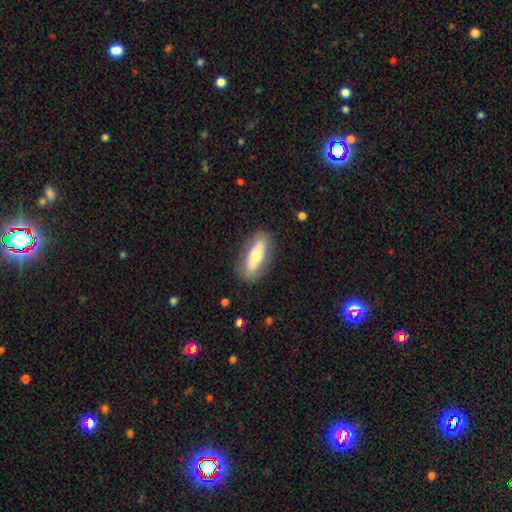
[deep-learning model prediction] Morphology: type=smooth (60%); roundness=in between (61%); merging=none (85%).